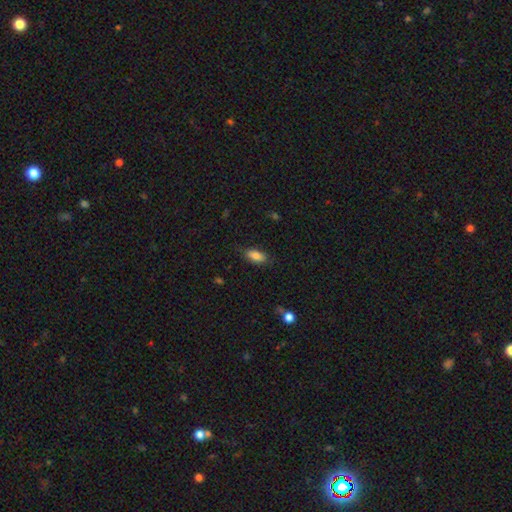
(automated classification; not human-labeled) A smooth galaxy with no disk features (85%) that is in between round and cigar-shaped (87%). Merging: none (81%).